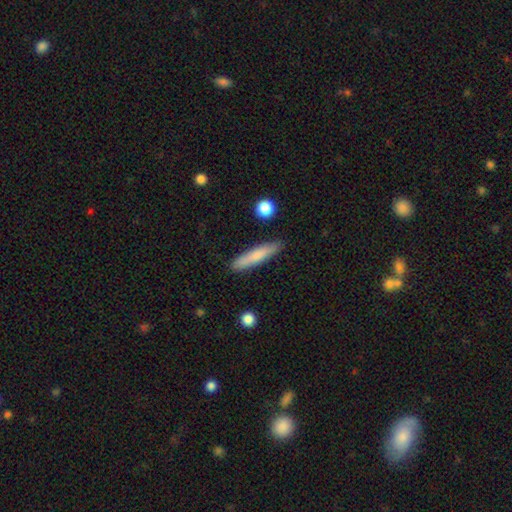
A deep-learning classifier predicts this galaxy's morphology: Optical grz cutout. It shows a smooth galaxy with no disk features (74%) that is cigar-shaped (88%). Merging: none (87%).